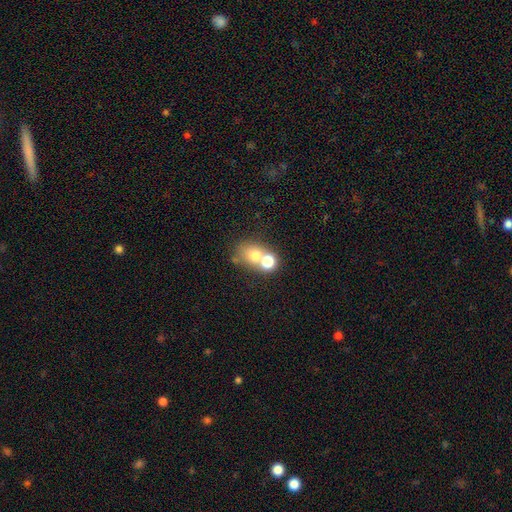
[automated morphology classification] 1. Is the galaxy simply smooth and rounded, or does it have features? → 68% smooth, 17% featured or disk, 15% star or artifact.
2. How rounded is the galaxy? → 60% round, 39% in between, 1% cigar-shaped.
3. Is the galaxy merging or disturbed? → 49% merger, 38% none, 8% minor disturbance, 5% major disturbance.